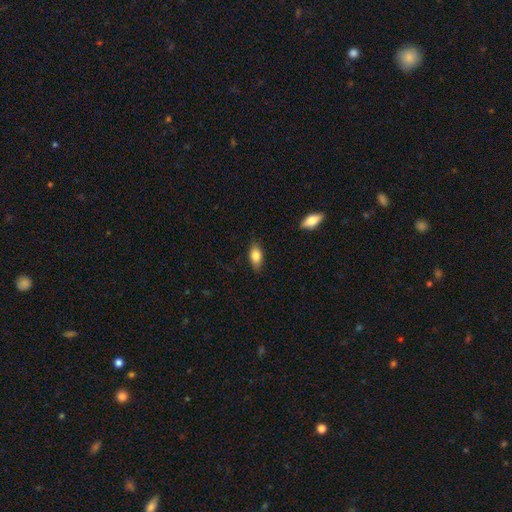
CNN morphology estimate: Smooth or featured?
  - smooth: 80% *
  - featured or disk: 13%
  - star or artifact: 7%
How rounded?
  - in between: 87% *
  - cigar-shaped: 8%
  - round: 5%
Merging?
  - none: 82% *
  - minor disturbance: 14%
  - major disturbance: 3%
  - merger: 1%